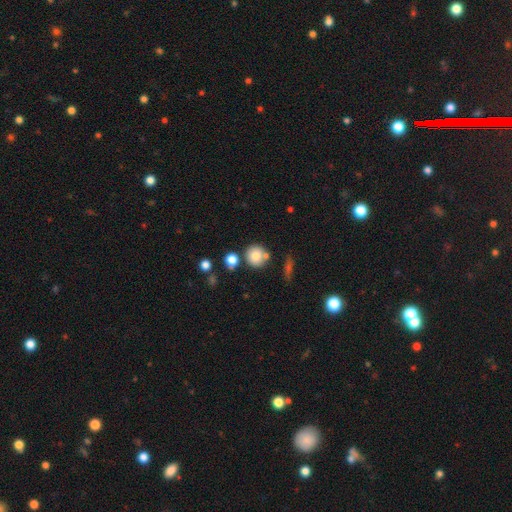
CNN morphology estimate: A smooth galaxy with no disk features (78%) that is round (89%).

Vote fractions:
- Smooth or featured? smooth: 78% / featured or disk: 11% / star or artifact: 10%
- How rounded? round: 89% / in between: 10% / cigar-shaped: 1%
- Merging? none: 69% / merger: 17% / minor disturbance: 11% / major disturbance: 3%